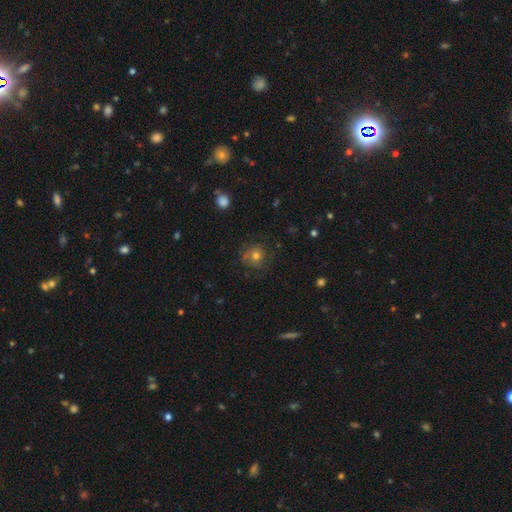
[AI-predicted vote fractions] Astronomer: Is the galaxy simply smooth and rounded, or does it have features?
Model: smooth — 65%.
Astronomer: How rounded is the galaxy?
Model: round — 88%.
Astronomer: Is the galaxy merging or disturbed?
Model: none — 74%.